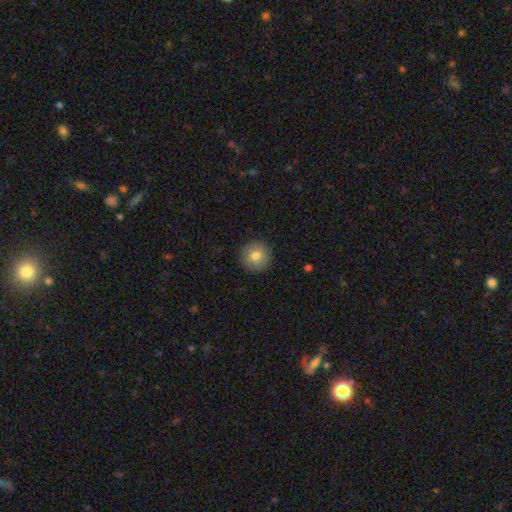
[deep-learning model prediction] Smooth or featured: smooth — 80% (featured or disk — 11%)
How rounded: round — 94% (in between — 5%)
Merging: none — 91% (minor disturbance — 6%)